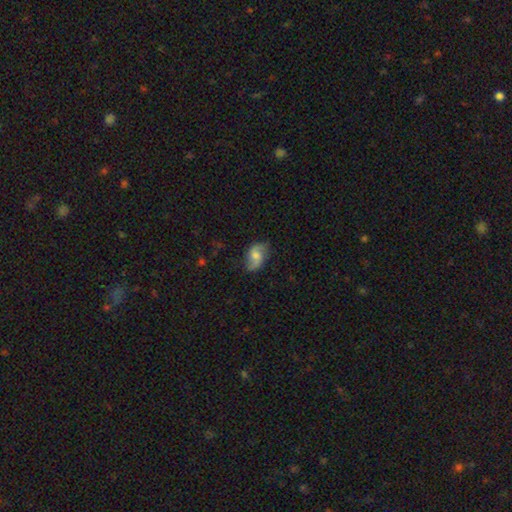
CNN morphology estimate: smooth_or_featured: featured or disk (p=0.60) [alt: smooth p=0.32]
disk_edge_on: no (p=0.97) [alt: yes p=0.03]
bar: no (p=0.53) [alt: weak p=0.40]
has_spiral_arms: yes (p=0.92) [alt: no p=0.08]
spiral_winding: loose (p=0.61) [alt: medium p=0.30]
spiral_arm_count: 2 (p=0.89) [alt: can't tell p=0.05]
bulge_size: moderate (p=0.53) [alt: small p=0.29]
merging: none (p=0.74) [alt: minor disturbance p=0.19]